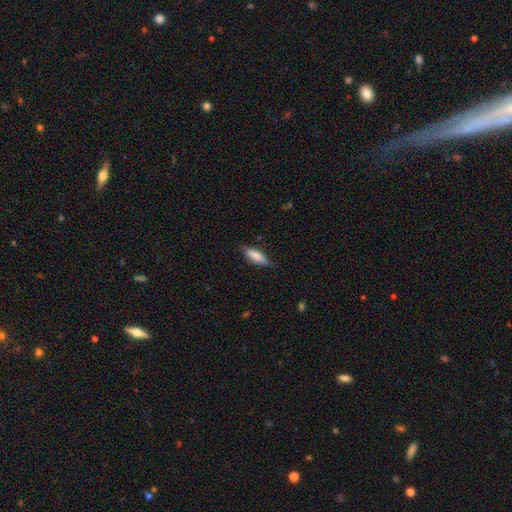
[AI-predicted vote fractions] A smooth galaxy with no disk features (76%) that is in between round and cigar-shaped (51%).

Vote fractions:
- Smooth or featured? smooth: 76% / featured or disk: 18% / star or artifact: 6%
- How rounded? in between: 51% / cigar-shaped: 47% / round: 2%
- Merging? none: 77% / minor disturbance: 19% / major disturbance: 3% / merger: 1%